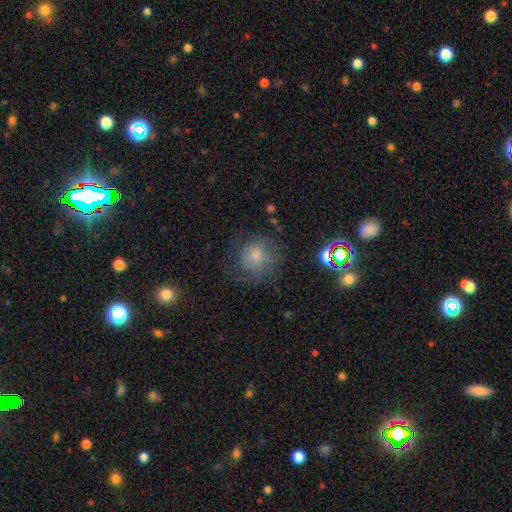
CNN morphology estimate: Overall: smooth (53%; featured or disk 27%). How rounded: round (86%). Merging: none (63%).